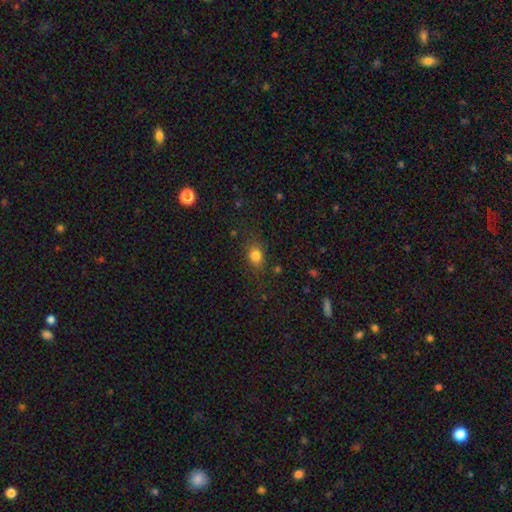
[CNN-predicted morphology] smooth-or-featured: smooth: 81% | star or artifact: 13% | featured or disk: 6%
  how-rounded: in between: 51% | round: 48% | cigar-shaped: 2%
  merging: none: 78% | minor disturbance: 15% | major disturbance: 5% | merger: 2%